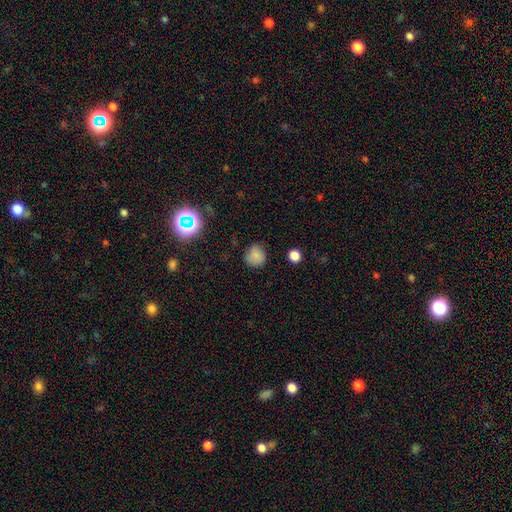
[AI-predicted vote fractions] smooth 78%, star or artifact 15%, featured or disk 7%. Down the decision tree: how rounded — round (85%); merging — none (78%).